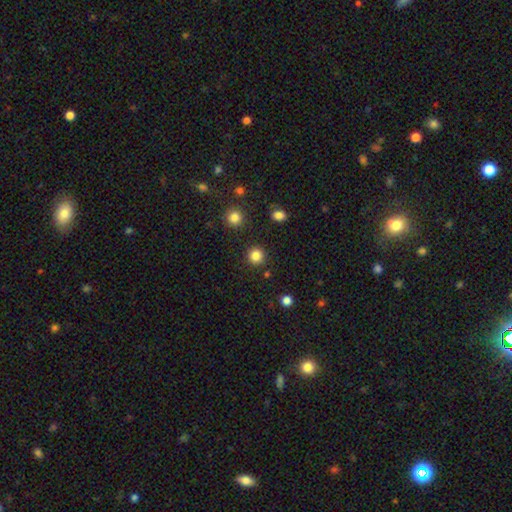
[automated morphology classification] This appears to be a smooth galaxy with no disk features (84%) that is round (94%). Merging: none (91%).